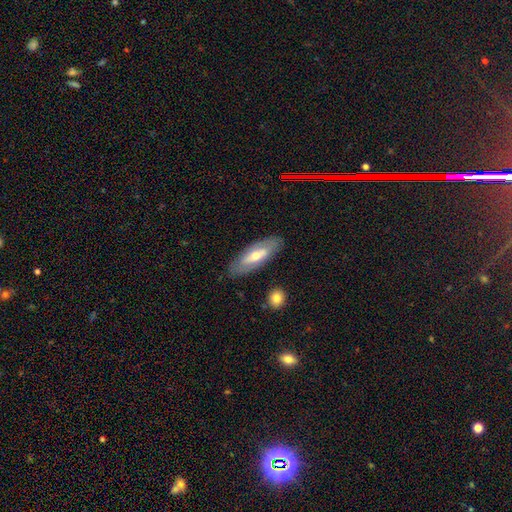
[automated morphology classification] type=featured or disk (55%); edge-on=no (71%); merging=none (85%).